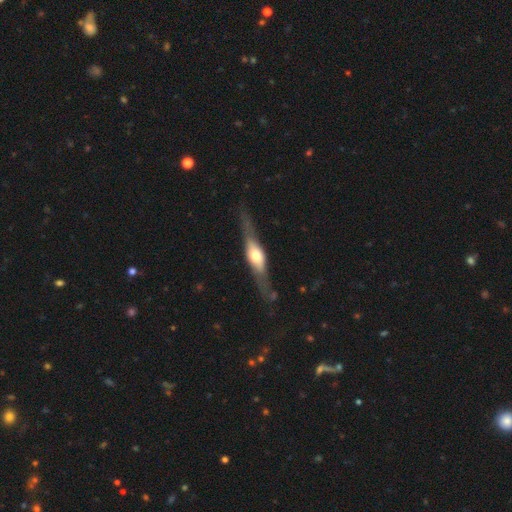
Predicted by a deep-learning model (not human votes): A featured or disk galaxy (69%) viewed edge-on (90%) with a rounded central bulge (87%).

Vote fractions:
- Smooth or featured? featured or disk: 69% / smooth: 26% / star or artifact: 5%
- Edge-on disk? yes: 90% / no: 10%
- Edge-on bulge? rounded: 87% / boxy: 10% / none: 3%
- Merging? none: 75% / minor disturbance: 16% / major disturbance: 7% / merger: 2%